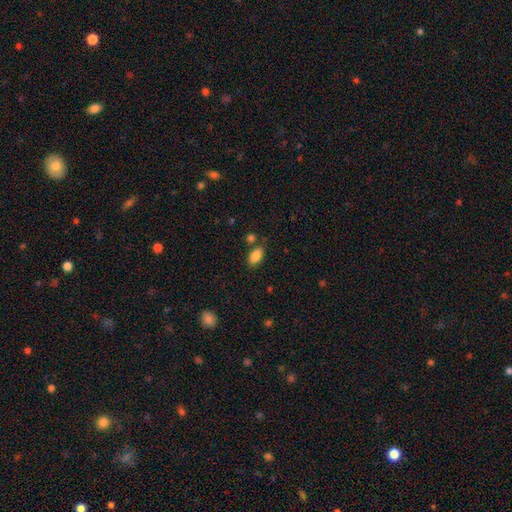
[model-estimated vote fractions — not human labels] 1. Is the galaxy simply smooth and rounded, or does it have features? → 87% smooth, 8% star or artifact, 4% featured or disk.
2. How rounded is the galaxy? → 91% in between, 5% round, 4% cigar-shaped.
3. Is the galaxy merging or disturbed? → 75% none, 13% minor disturbance, 8% merger, 4% major disturbance.